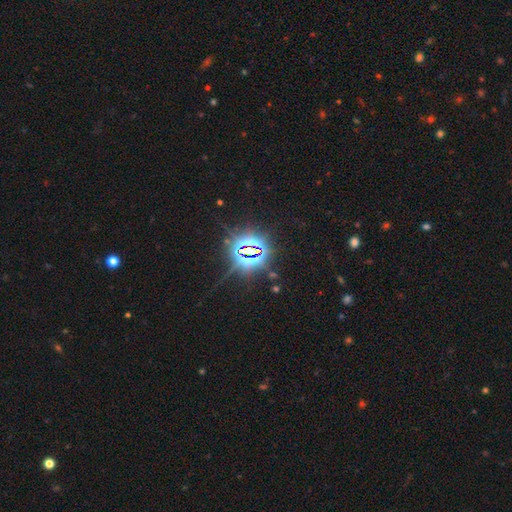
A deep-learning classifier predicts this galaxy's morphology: Smooth or featured?
  - star or artifact: 85% *
  - smooth: 8%
  - featured or disk: 7%